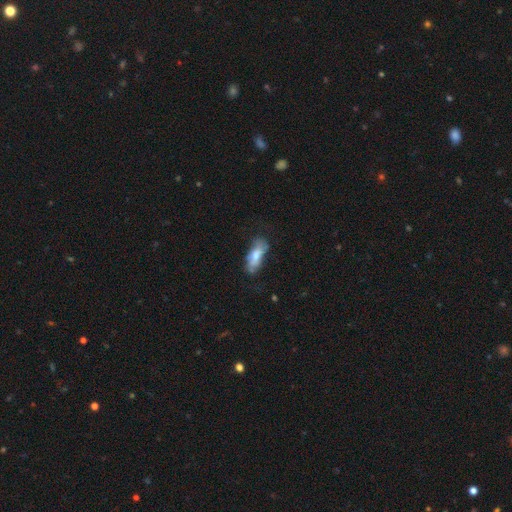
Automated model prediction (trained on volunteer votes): This is likely a smooth galaxy (64%). How rounded: likely in between (74%). Merging: possibly none (54%).